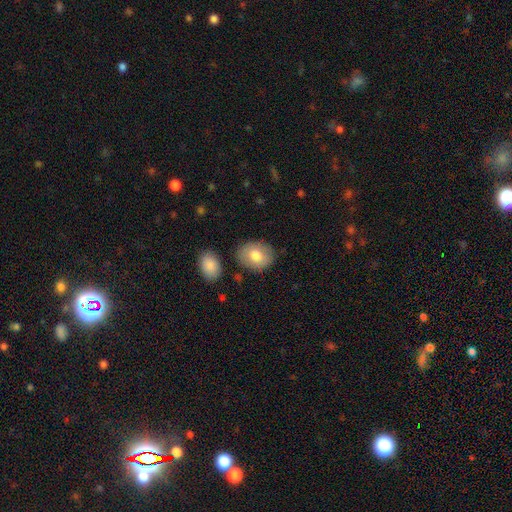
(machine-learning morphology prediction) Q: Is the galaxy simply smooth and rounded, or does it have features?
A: smooth — 77%.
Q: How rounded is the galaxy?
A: in between — 57%.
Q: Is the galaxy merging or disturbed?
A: none — 82%.